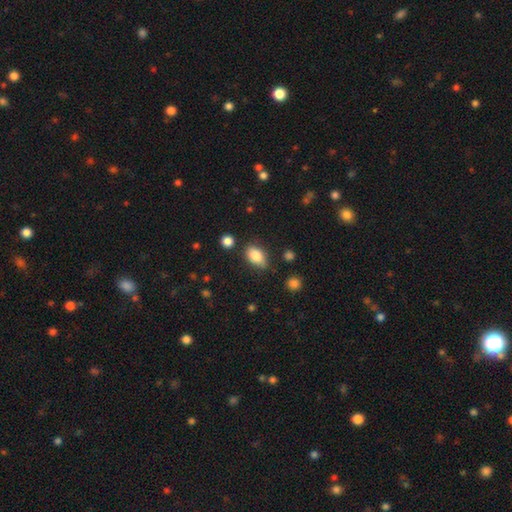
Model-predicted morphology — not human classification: smooth-or-featured: smooth: 84% | featured or disk: 8% | star or artifact: 8%
  how-rounded: in between: 87% | round: 9% | cigar-shaped: 3%
  merging: none: 71% | minor disturbance: 21% | major disturbance: 4% | merger: 4%